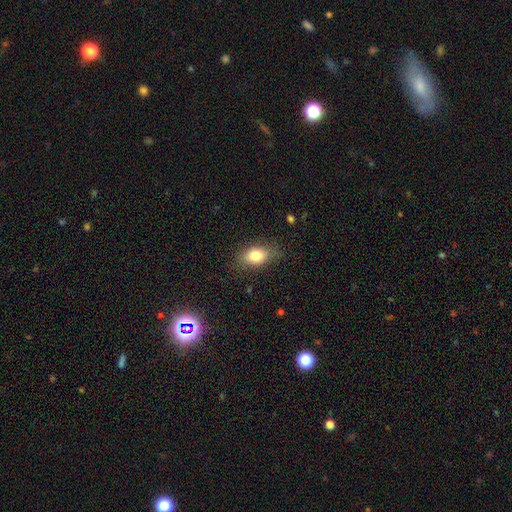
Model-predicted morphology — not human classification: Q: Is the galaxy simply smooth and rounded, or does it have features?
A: smooth — 78%.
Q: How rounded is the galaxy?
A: in between — 81%.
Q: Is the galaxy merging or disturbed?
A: none — 76%.